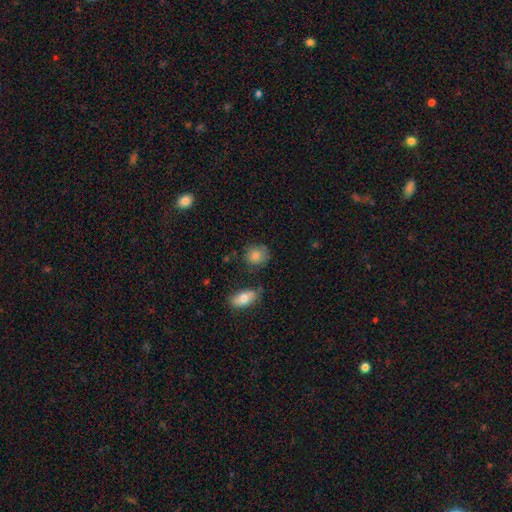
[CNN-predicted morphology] Smooth or featured?
  - smooth: 82% *
  - featured or disk: 9%
  - star or artifact: 9%
How rounded?
  - round: 75% *
  - in between: 24%
  - cigar-shaped: 1%
Merging?
  - none: 74% *
  - minor disturbance: 17%
  - merger: 5%
  - major disturbance: 4%